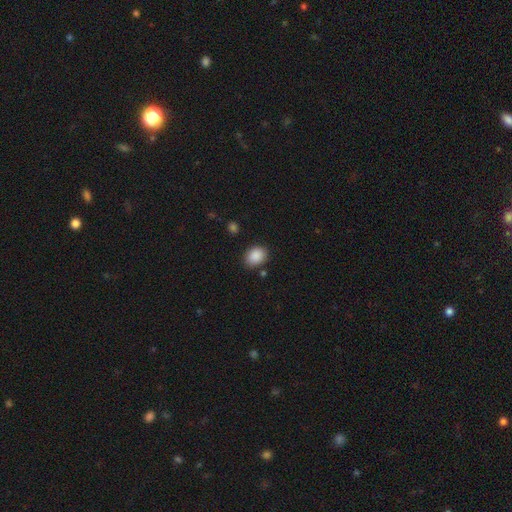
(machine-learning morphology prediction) type=smooth (89%); roundness=in between (64%); merging=none (82%).